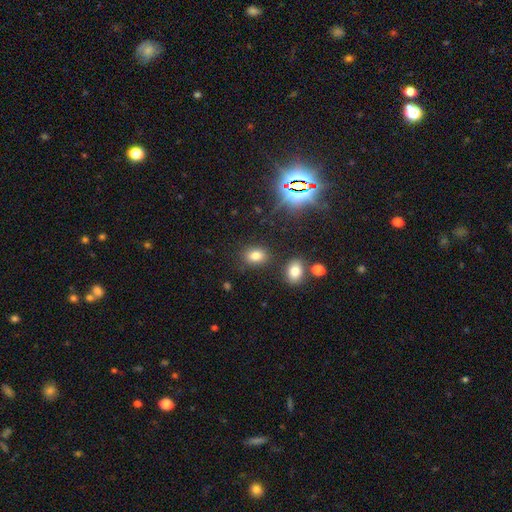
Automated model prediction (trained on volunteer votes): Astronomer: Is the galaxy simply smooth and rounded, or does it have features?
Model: smooth — 77%.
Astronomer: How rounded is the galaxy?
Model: in between — 64%.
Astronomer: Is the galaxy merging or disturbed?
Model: none — 81%.